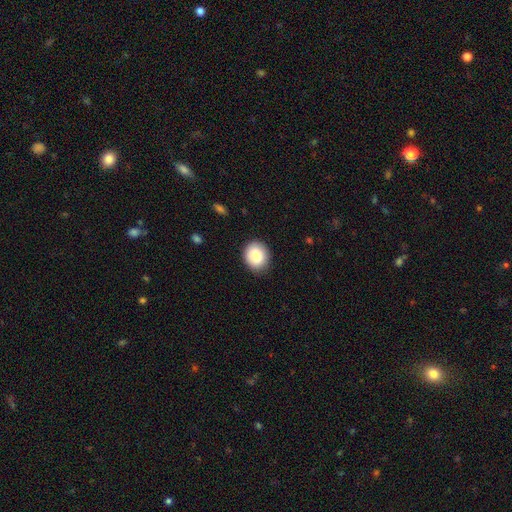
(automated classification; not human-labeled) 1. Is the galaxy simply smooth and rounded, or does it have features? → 86% smooth, 8% star or artifact, 6% featured or disk.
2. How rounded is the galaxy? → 63% round, 36% in between, 1% cigar-shaped.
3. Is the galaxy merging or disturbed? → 87% none, 10% minor disturbance, 2% major disturbance, 1% merger.